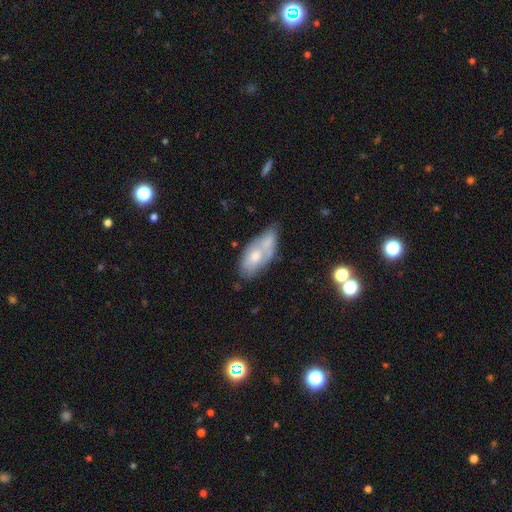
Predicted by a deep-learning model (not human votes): Morphology: type=smooth (49%); merging=none (37%).